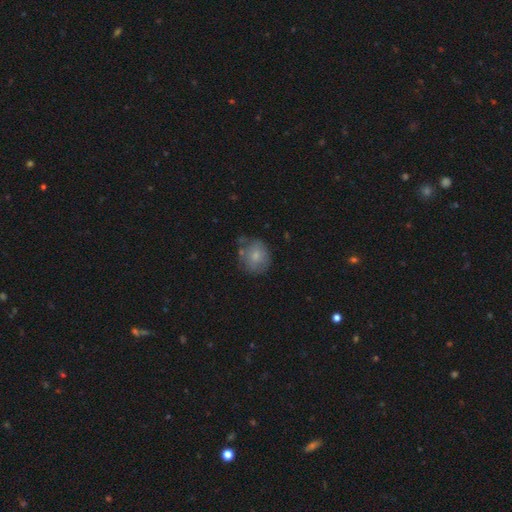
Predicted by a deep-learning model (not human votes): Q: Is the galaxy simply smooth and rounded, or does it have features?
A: smooth — 74%.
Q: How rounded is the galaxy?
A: round — 81%.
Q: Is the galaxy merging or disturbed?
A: none — 62%.